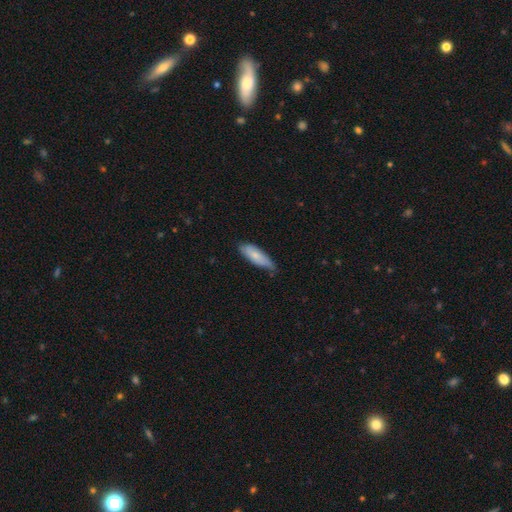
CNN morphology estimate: type=smooth (75%); roundness=in between (60%); merging=none (56%).